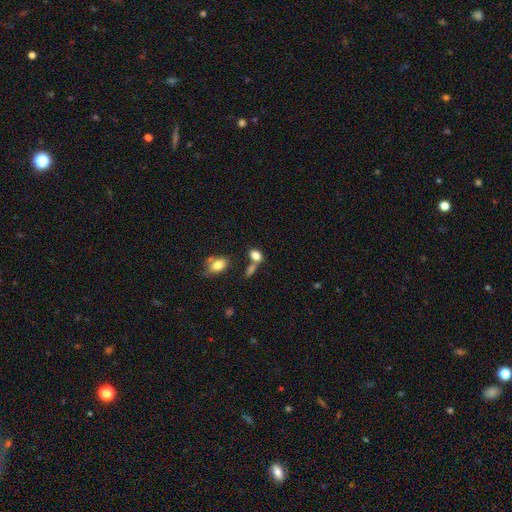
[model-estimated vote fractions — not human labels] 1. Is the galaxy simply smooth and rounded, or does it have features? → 82% smooth, 10% star or artifact, 8% featured or disk.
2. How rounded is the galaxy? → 81% in between, 16% round, 3% cigar-shaped.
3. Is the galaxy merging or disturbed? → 49% none, 31% merger, 14% minor disturbance, 6% major disturbance.